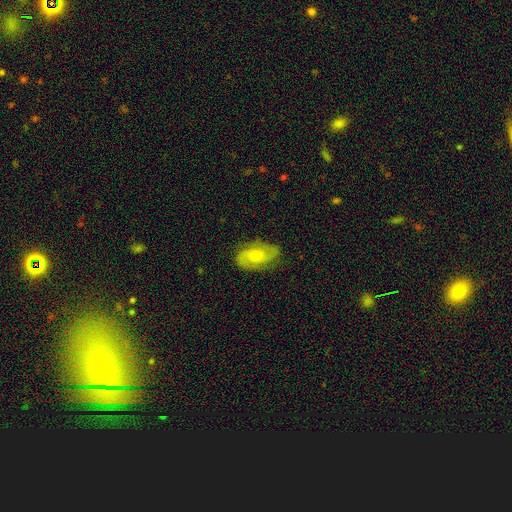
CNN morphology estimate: smooth-or-featured: featured or disk: 65% | smooth: 28% | star or artifact: 7%
  disk-edge-on: no: 96% | yes: 4%
    bar: no: 60% | weak: 34% | strong: 6%
    has-spiral-arms: yes: 91% | no: 9%
      spiral-winding: medium: 48% | tight: 28% | loose: 23%
      spiral-arm-count: 2: 85% | can't tell: 8% | 1: 3% | 3: 2% | 4: 1% | more than 4: 1%
    bulge-size: small: 49% | moderate: 33% | none: 12% | large: 5% | dominant: 1%
  merging: none: 77% | minor disturbance: 16% | major disturbance: 6% | merger: 1%